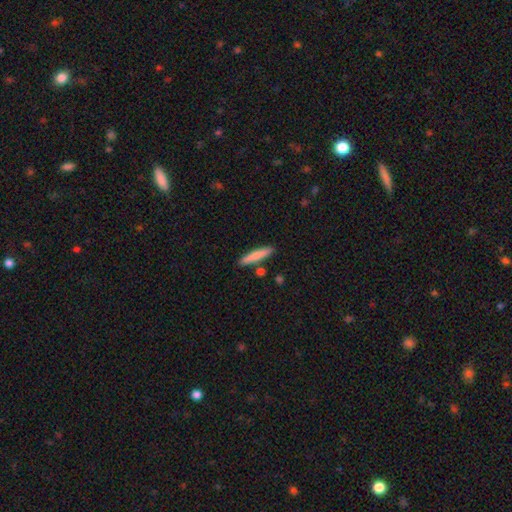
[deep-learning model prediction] Smooth or featured?
  - smooth: 77% *
  - featured or disk: 17%
  - star or artifact: 6%
How rounded?
  - cigar-shaped: 91% *
  - in between: 7%
  - round: 2%
Merging?
  - none: 85% *
  - minor disturbance: 8%
  - merger: 5%
  - major disturbance: 2%